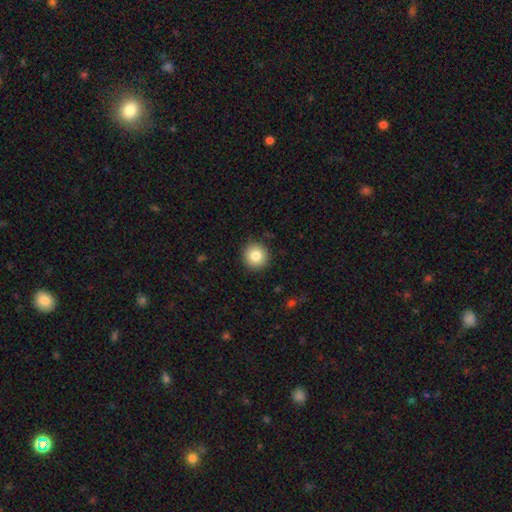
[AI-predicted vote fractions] Q: Smooth or featured?
A: smooth (84%); runner-up: star or artifact (9%)
Q: How rounded?
A: round (94%); runner-up: in between (5%)
Q: Merging?
A: none (91%); runner-up: minor disturbance (6%)